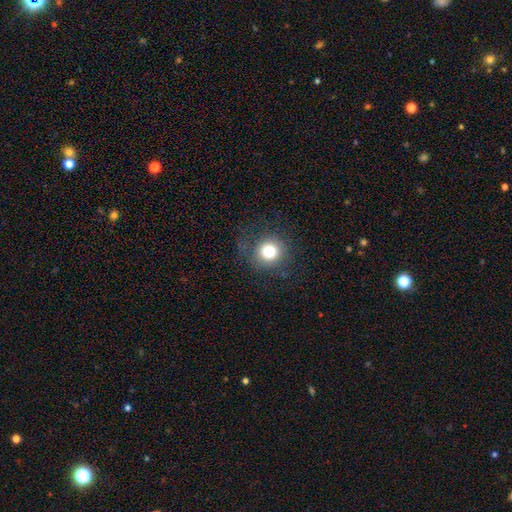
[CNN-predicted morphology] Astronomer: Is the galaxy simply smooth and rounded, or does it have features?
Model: smooth — 62%.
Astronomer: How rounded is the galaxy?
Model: round — 92%.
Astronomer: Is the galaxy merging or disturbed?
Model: none — 82%.